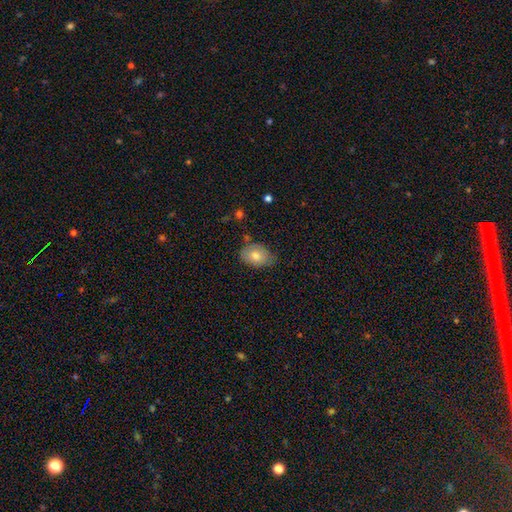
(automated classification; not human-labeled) This appears to be a smooth galaxy with no disk features (74%) that is in between round and cigar-shaped (78%). Merging: none (67%).